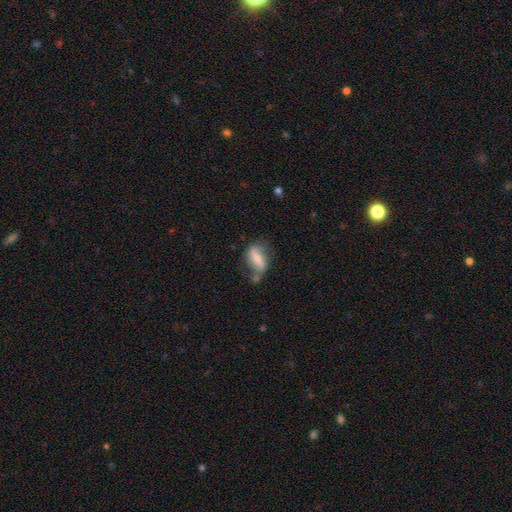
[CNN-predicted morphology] featured or disk 54%, smooth 38%, star or artifact 8%. Down the decision tree: edge-on disk — no (88%); merging — none (48%).